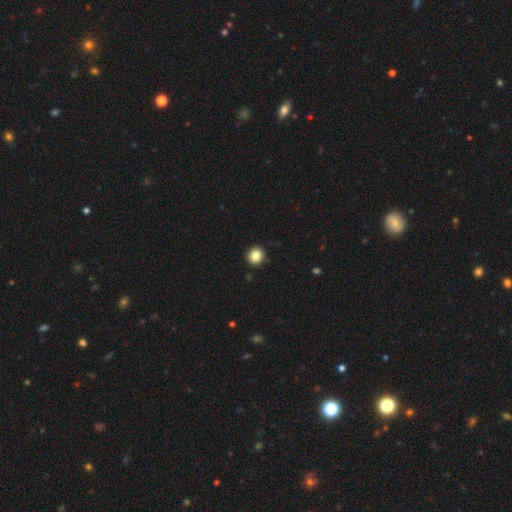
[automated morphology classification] smooth_or_featured: smooth (p=0.86) [alt: star or artifact p=0.10]
how_rounded: round (p=0.92) [alt: in between p=0.07]
merging: none (p=0.93) [alt: minor disturbance p=0.05]